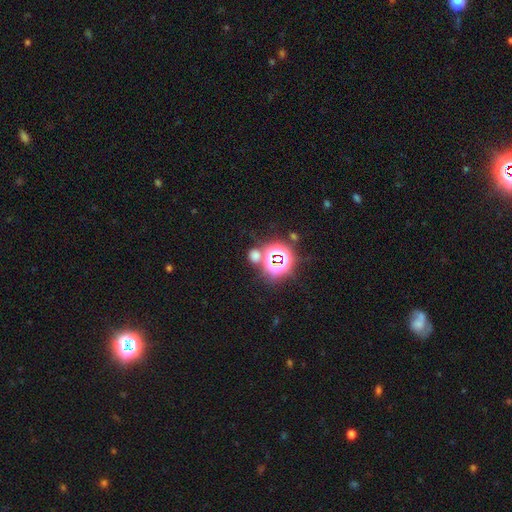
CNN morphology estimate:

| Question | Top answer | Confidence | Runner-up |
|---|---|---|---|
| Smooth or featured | star or artifact | 48% | smooth (45%) |